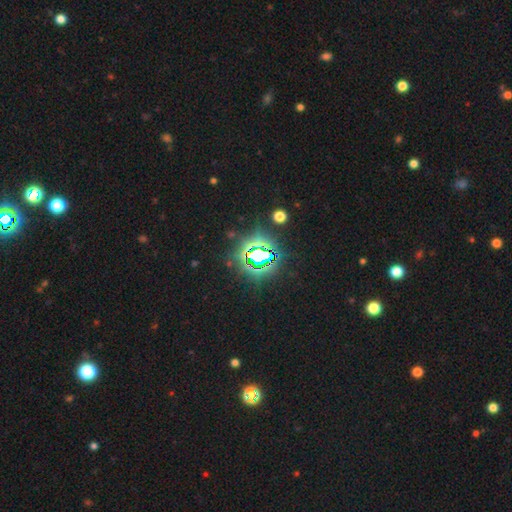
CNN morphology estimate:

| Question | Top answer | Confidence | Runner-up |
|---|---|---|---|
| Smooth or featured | star or artifact | 77% | smooth (13%) |